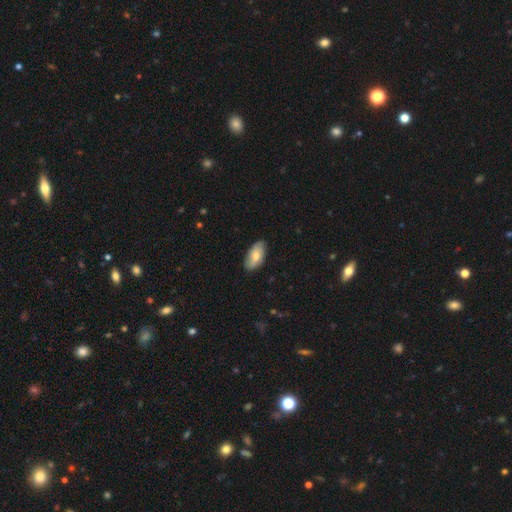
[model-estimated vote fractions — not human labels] A smooth galaxy with no disk features (67%) that is in between round and cigar-shaped (93%).

Vote fractions:
- Smooth or featured? smooth: 67% / featured or disk: 27% / star or artifact: 6%
- How rounded? in between: 93% / cigar-shaped: 4% / round: 3%
- Merging? none: 83% / minor disturbance: 13% / major disturbance: 2% / merger: 1%